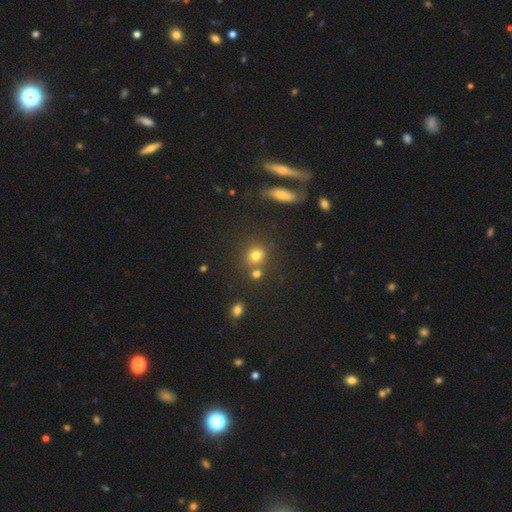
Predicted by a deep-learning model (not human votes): smooth_or_featured: smooth (p=0.74) [alt: star or artifact p=0.17]
how_rounded: round (p=0.83) [alt: in between p=0.15]
merging: none (p=0.67) [alt: merger p=0.19]